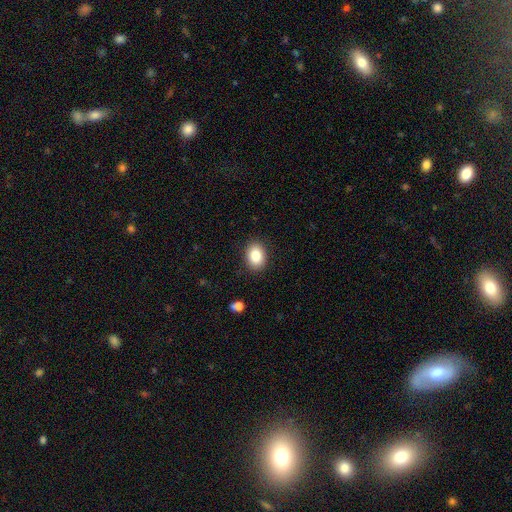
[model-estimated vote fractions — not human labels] Morphology: type=smooth (85%); roundness=in between (72%); merging=none (88%).